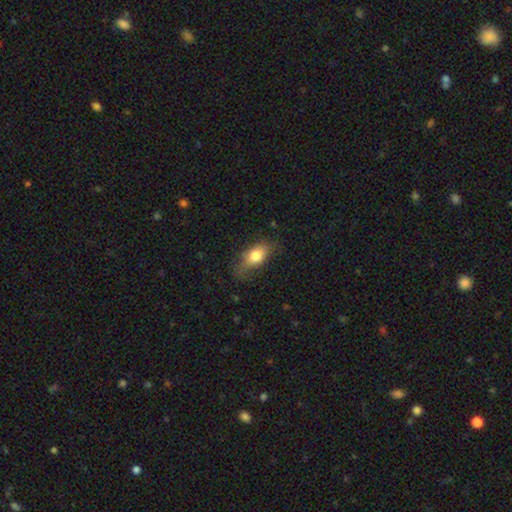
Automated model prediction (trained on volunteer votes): Smooth or featured? Predicted: smooth (p=0.76). How rounded? Predicted: in between (p=0.81). Merging? Predicted: none (p=0.64).